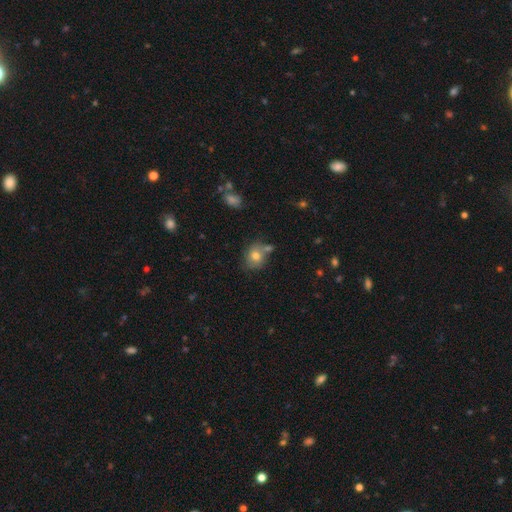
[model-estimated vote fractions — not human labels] smooth-or-featured: smooth: 75% | featured or disk: 14% | star or artifact: 11%
  how-rounded: round: 63% | in between: 36% | cigar-shaped: 1%
  merging: none: 63% | merger: 17% | minor disturbance: 16% | major disturbance: 4%